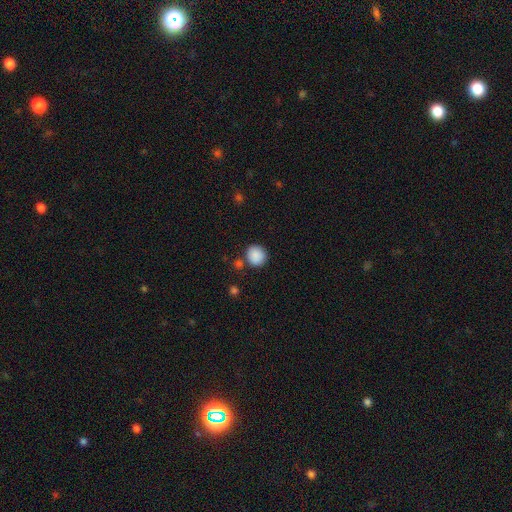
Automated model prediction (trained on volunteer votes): Morphology: type=smooth (88%); roundness=round (88%); merging=none (81%).